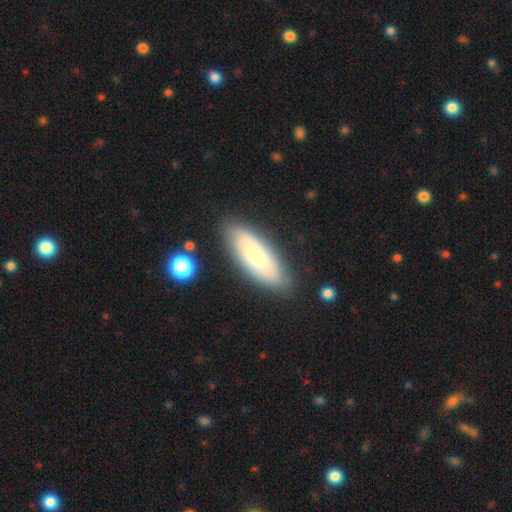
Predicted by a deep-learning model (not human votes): smooth_or_featured: smooth (p=0.65) [alt: featured or disk p=0.26]
how_rounded: in between (p=0.60) [alt: cigar-shaped p=0.38]
merging: none (p=0.84) [alt: minor disturbance p=0.11]